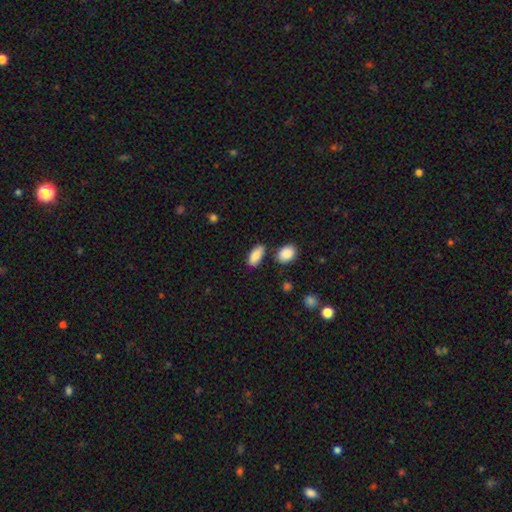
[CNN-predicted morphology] A smooth galaxy with no disk features (86%) that is in between round and cigar-shaped (87%). Merging: none (78%).